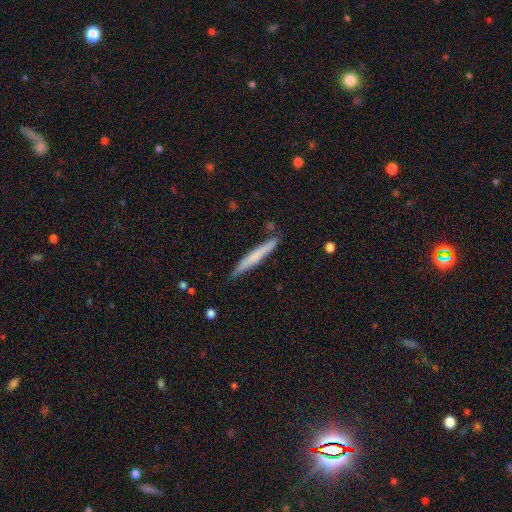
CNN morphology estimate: smooth-or-featured: smooth: 60% | featured or disk: 34% | star or artifact: 6%
  how-rounded: cigar-shaped: 96% | in between: 3% | round: 1%
  merging: none: 83% | minor disturbance: 12% | merger: 3% | major disturbance: 2%